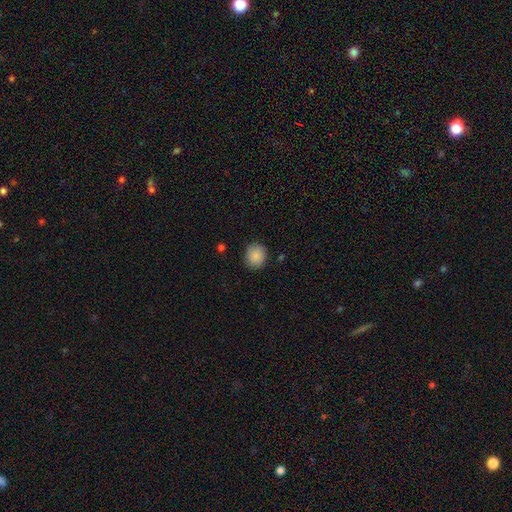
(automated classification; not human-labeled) smooth_or_featured: smooth (p=0.87) [alt: star or artifact p=0.08]
how_rounded: round (p=0.80) [alt: in between p=0.19]
merging: none (p=0.86) [alt: minor disturbance p=0.10]